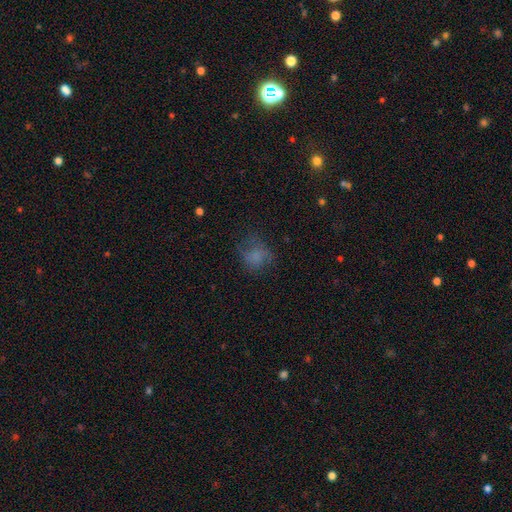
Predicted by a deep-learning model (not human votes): smooth-or-featured: smooth: 62% | featured or disk: 22% | star or artifact: 16%
  how-rounded: round: 63% | in between: 36% | cigar-shaped: 1%
  merging: none: 53% | minor disturbance: 23% | major disturbance: 23% | merger: 2%